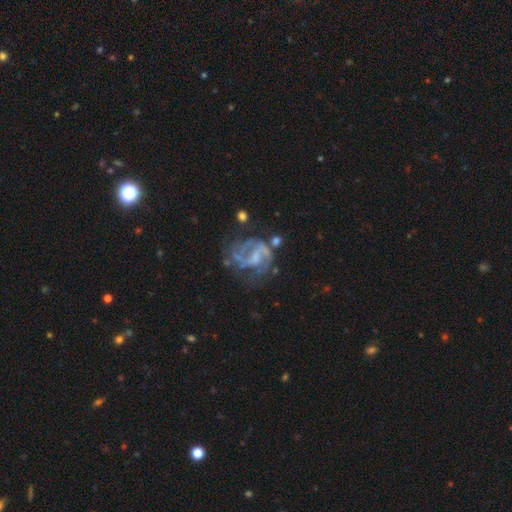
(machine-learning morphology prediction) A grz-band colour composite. It shows a featured or disk galaxy (81%) with a weak bar (48%), 2 (55%) medium (47%) spiral arms (83%) and no central bulge (46%). Merging: none (44%).